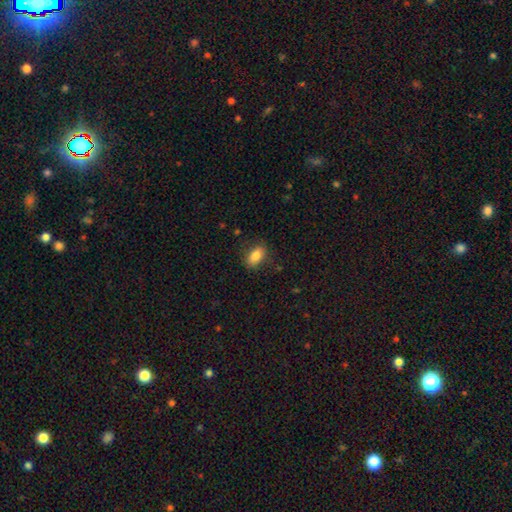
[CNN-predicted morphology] Smooth or featured?
  - smooth: 83% *
  - featured or disk: 9%
  - star or artifact: 8%
How rounded?
  - in between: 89% *
  - round: 6%
  - cigar-shaped: 5%
Merging?
  - none: 83% *
  - minor disturbance: 13%
  - major disturbance: 4%
  - merger: 1%